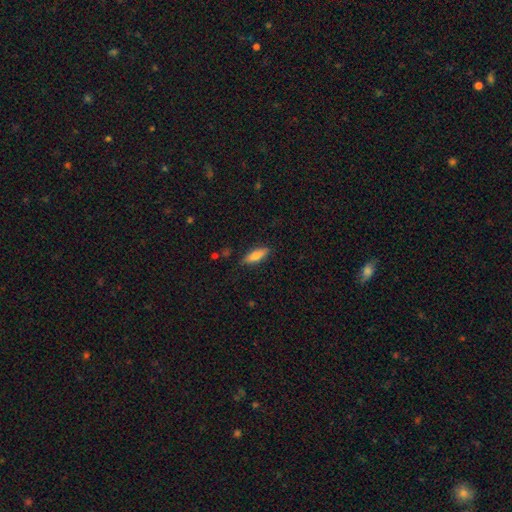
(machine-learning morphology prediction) This is likely a smooth galaxy (72%). How rounded: possibly in between (50%). Merging: clearly none (85%).